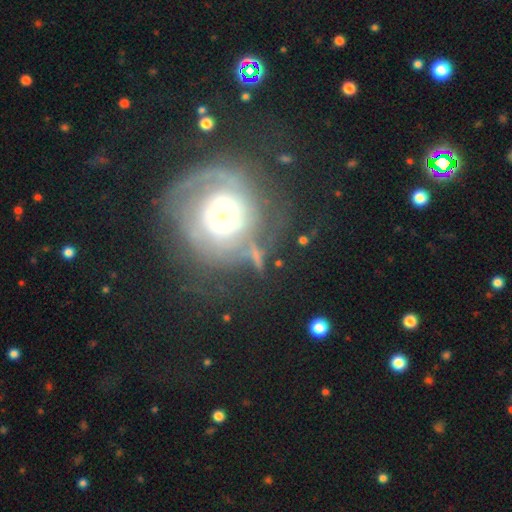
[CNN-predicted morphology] Smooth or featured: featured or disk — 49% (smooth — 34%)
Merging: none — 57% (major disturbance — 17%)